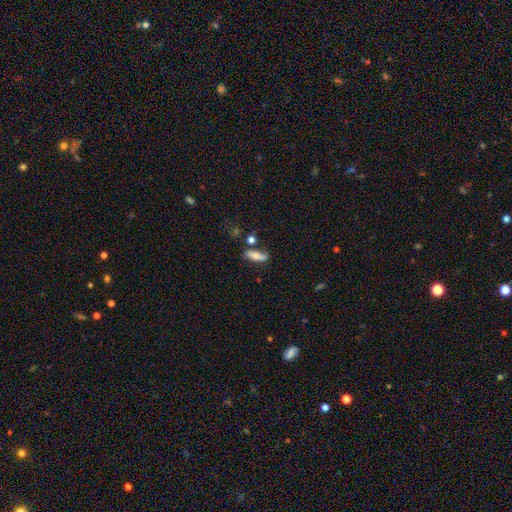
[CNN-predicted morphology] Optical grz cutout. It shows a smooth galaxy with no disk features (59%) that is in between round and cigar-shaped (60%). Merging: none (58%).